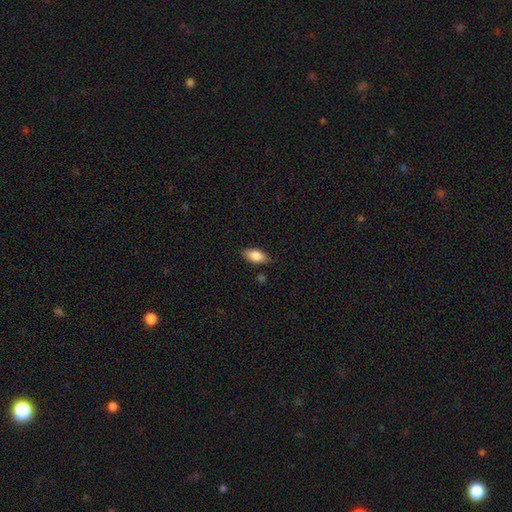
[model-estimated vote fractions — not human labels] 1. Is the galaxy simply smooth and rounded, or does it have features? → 84% smooth, 9% featured or disk, 7% star or artifact.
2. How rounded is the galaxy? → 90% in between, 7% cigar-shaped, 3% round.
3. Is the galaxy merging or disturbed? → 80% none, 15% minor disturbance, 3% major disturbance, 2% merger.